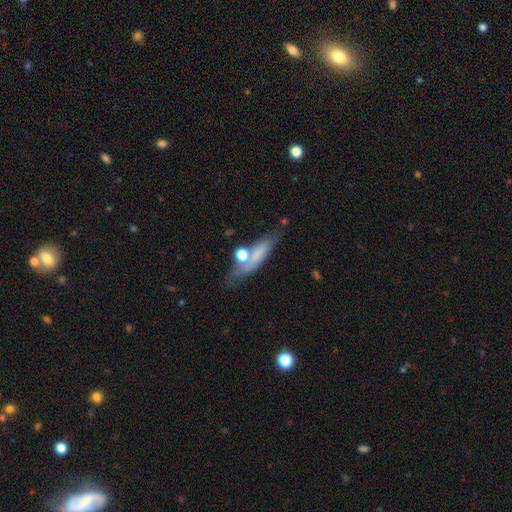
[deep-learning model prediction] smooth-or-featured: smooth: 58% | featured or disk: 32% | star or artifact: 10%
  how-rounded: cigar-shaped: 66% | in between: 27% | round: 7%
  merging: none: 60% | minor disturbance: 20% | merger: 11% | major disturbance: 9%